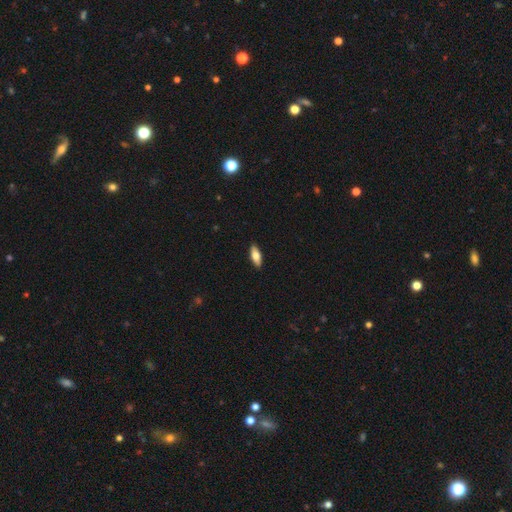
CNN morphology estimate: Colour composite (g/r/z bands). It shows a smooth galaxy with no disk features (72%) that is in between round and cigar-shaped (75%). Merging: none (90%).